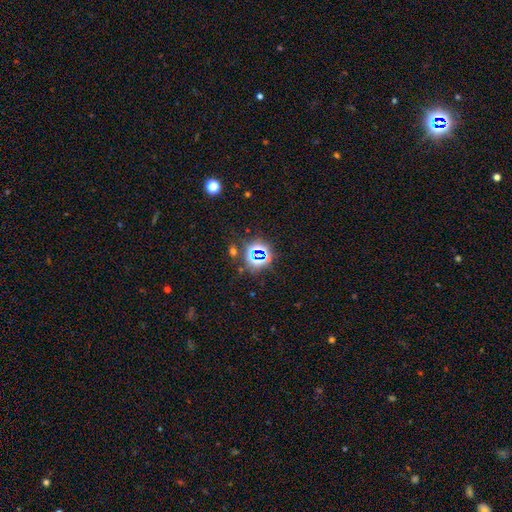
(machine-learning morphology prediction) Q: Smooth or featured?
A: star or artifact (73%); runner-up: smooth (18%)